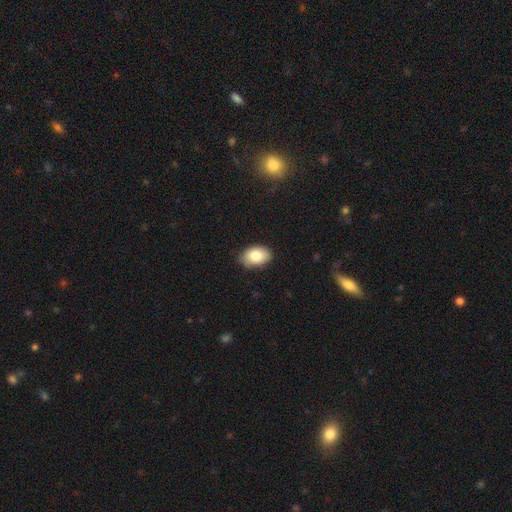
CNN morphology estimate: This is clearly a smooth galaxy (81%). How rounded: clearly in between (87%). Merging: likely none (78%).